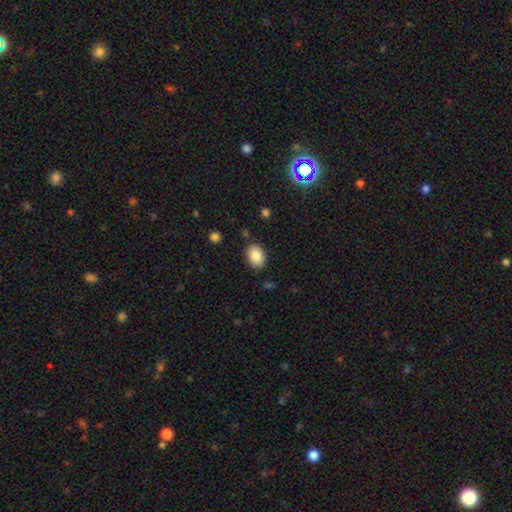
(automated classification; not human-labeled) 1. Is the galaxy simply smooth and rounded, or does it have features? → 87% smooth, 8% star or artifact, 5% featured or disk.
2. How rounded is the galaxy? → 76% in between, 23% round, 1% cigar-shaped.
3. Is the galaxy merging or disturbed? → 87% none, 9% minor disturbance, 2% major disturbance, 2% merger.